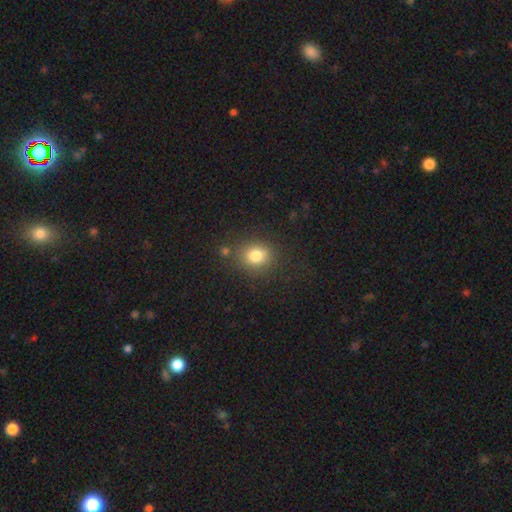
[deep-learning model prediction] smooth_or_featured: smooth (p=0.80) [alt: star or artifact p=0.13]
how_rounded: round (p=0.66) [alt: in between p=0.33]
merging: none (p=0.80) [alt: minor disturbance p=0.11]